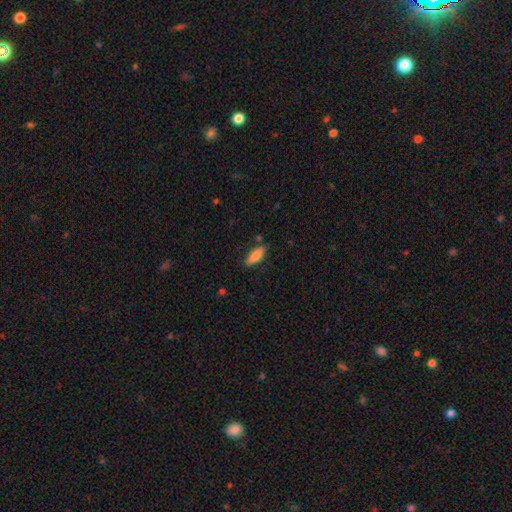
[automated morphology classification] type=smooth (81%); roundness=in between (72%); merging=none (81%).